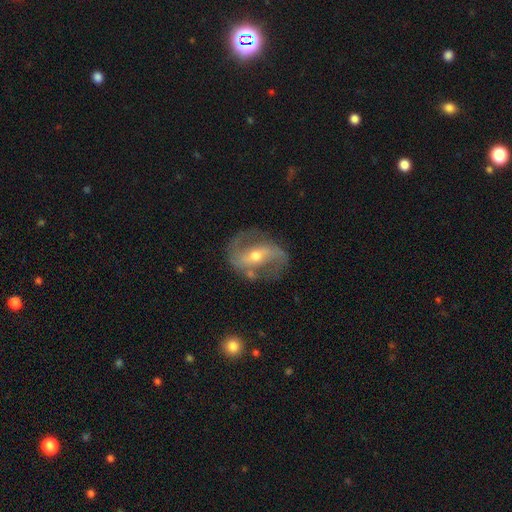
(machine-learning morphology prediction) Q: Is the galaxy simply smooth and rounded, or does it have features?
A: featured or disk — 87%.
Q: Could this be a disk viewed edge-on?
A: no — 96%.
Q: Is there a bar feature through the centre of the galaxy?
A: strong — 49%.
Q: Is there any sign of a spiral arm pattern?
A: yes — 93%.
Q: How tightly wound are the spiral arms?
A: medium — 48%.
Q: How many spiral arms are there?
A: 2 — 90%.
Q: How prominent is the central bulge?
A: moderate — 54%.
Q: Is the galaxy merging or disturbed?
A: none — 76%.